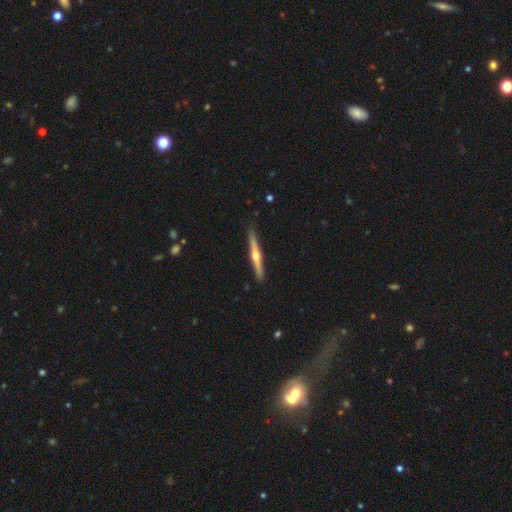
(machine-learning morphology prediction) type=featured or disk (73%); edge-on=yes (98%); edge-on bulge=rounded (92%); merging=none (90%).